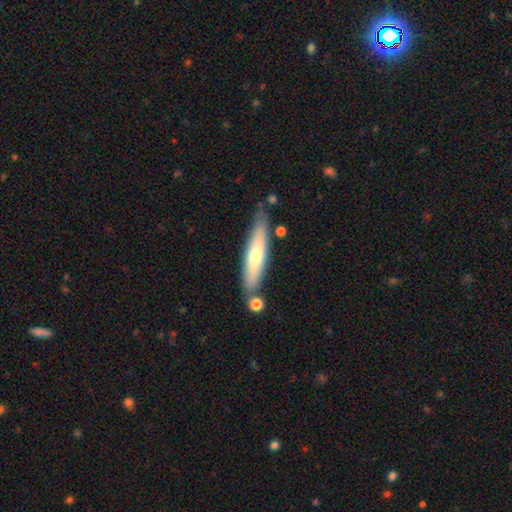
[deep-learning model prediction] smooth_or_featured: smooth (p=0.51) [alt: featured or disk p=0.43]
how_rounded: cigar-shaped (p=0.80) [alt: in between p=0.18]
merging: none (p=0.75) [alt: minor disturbance p=0.14]